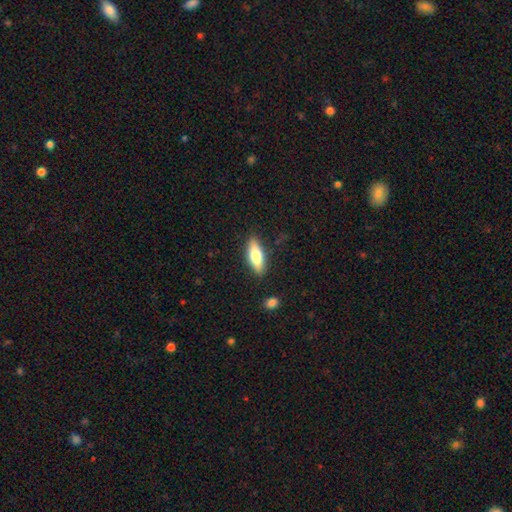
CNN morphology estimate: Smooth or featured: smooth — 64% (featured or disk — 30%)
How rounded: in between — 58% (cigar-shaped — 39%)
Merging: none — 86% (minor disturbance — 10%)